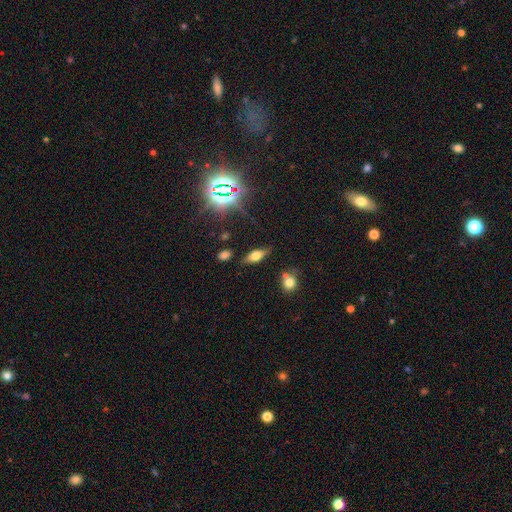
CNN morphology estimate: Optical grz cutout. It shows a smooth galaxy with no disk features (47%). Merging: none (77%).